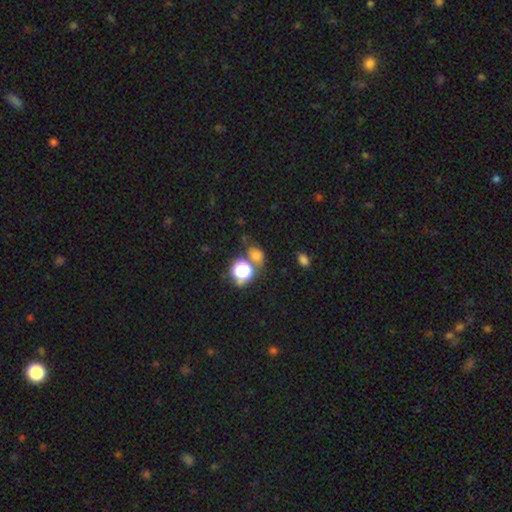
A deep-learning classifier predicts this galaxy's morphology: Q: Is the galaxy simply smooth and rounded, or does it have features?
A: smooth — 67%.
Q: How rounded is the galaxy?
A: round — 62%.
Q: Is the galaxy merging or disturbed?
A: none — 62%.